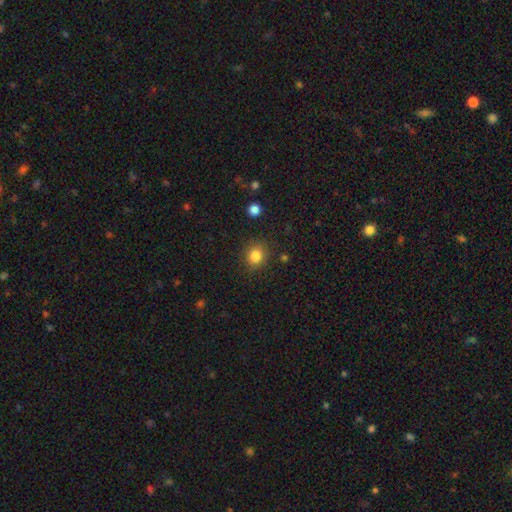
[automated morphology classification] A smooth galaxy with no disk features (84%) that is round (80%). Merging: none (85%).